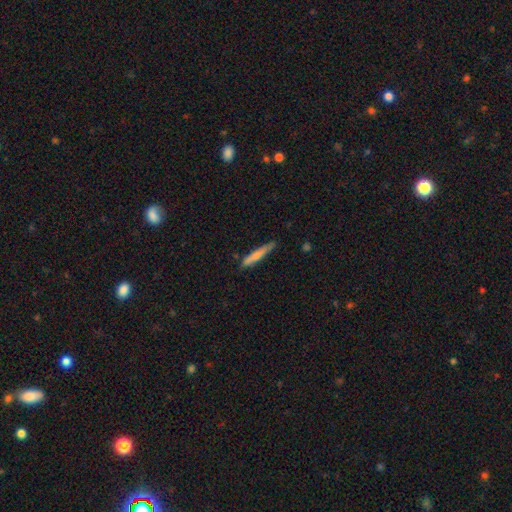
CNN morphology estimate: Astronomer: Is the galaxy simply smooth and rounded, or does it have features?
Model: smooth — 67%.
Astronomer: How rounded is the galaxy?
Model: cigar-shaped — 94%.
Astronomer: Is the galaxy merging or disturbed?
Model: none — 76%.